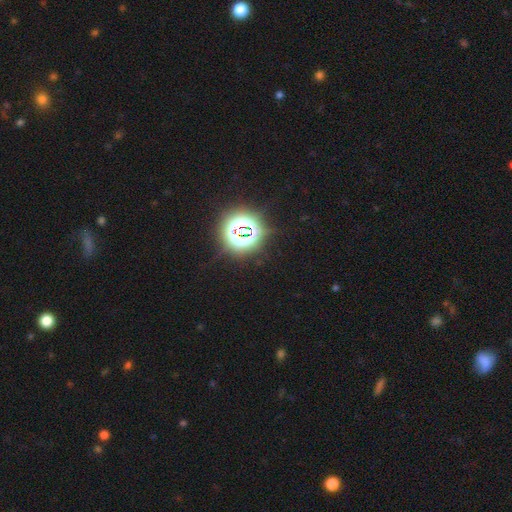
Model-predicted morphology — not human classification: Q: Smooth or featured?
A: star or artifact (84%); runner-up: smooth (11%)